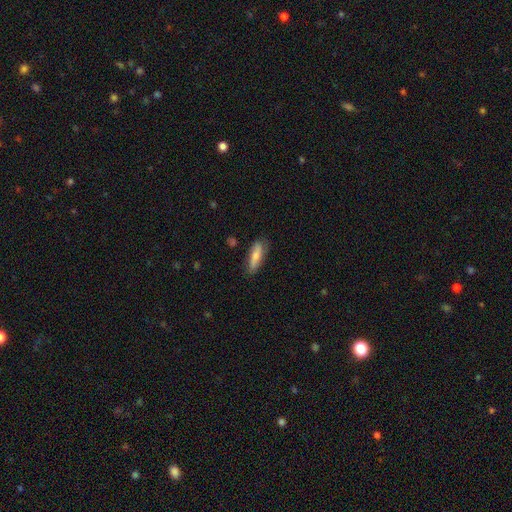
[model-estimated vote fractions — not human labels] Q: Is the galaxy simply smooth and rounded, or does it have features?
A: smooth — 73%.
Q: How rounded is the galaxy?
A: cigar-shaped — 58%.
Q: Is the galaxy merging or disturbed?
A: none — 81%.